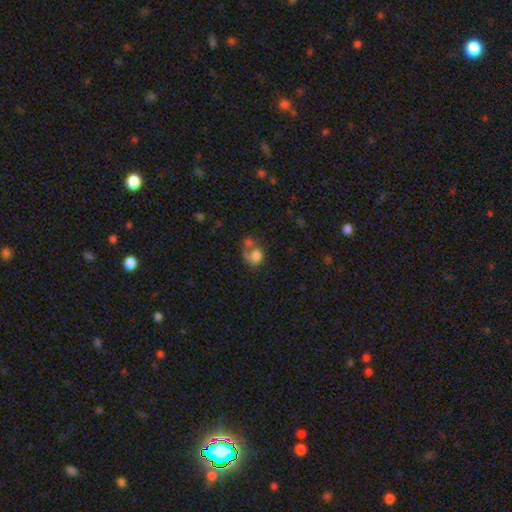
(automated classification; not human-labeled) Smooth or featured?
  - smooth: 67% *
  - featured or disk: 23%
  - star or artifact: 11%
How rounded?
  - round: 53% *
  - in between: 46%
  - cigar-shaped: 1%
Merging?
  - merger: 35% *
  - none: 26%
  - major disturbance: 24%
  - minor disturbance: 15%